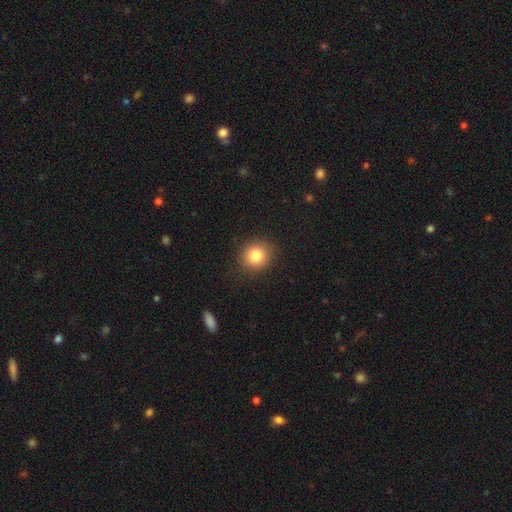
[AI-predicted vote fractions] smooth_or_featured: smooth (p=0.82) [alt: star or artifact p=0.11]
how_rounded: round (p=0.82) [alt: in between p=0.17]
merging: none (p=0.88) [alt: minor disturbance p=0.08]